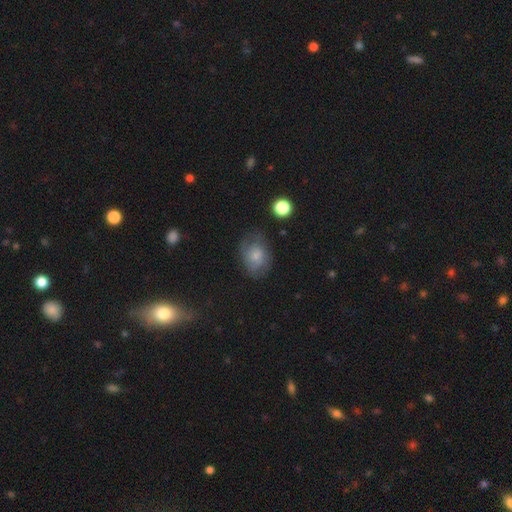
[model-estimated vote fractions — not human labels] smooth_or_featured: smooth (p=0.60) [alt: featured or disk p=0.30]
how_rounded: in between (p=0.66) [alt: round p=0.33]
merging: none (p=0.61) [alt: minor disturbance p=0.25]